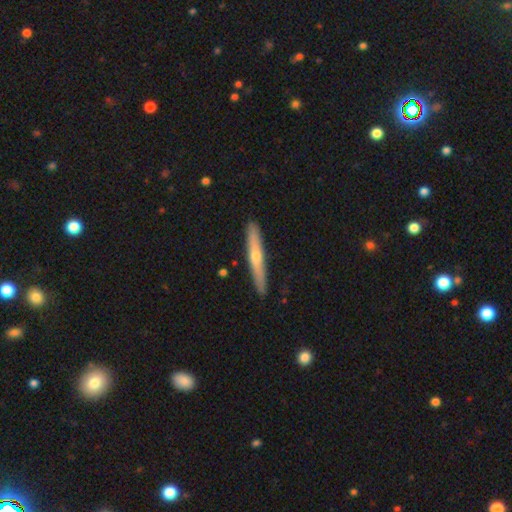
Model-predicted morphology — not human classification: Smooth or featured?
  - featured or disk: 53% *
  - smooth: 42%
  - star or artifact: 6%
Edge-on disk?
  - yes: 94% *
  - no: 6%
Merging?
  - none: 90% *
  - minor disturbance: 7%
  - major disturbance: 1%
  - merger: 1%